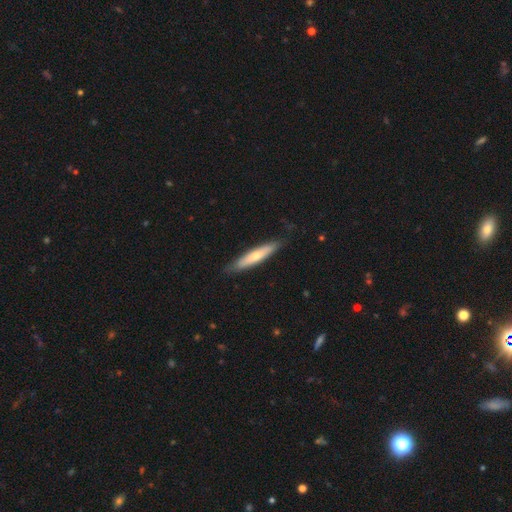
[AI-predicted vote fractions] Smooth or featured: smooth — 51% (featured or disk — 43%)
How rounded: cigar-shaped — 88% (in between — 10%)
Merging: none — 86% (minor disturbance — 11%)